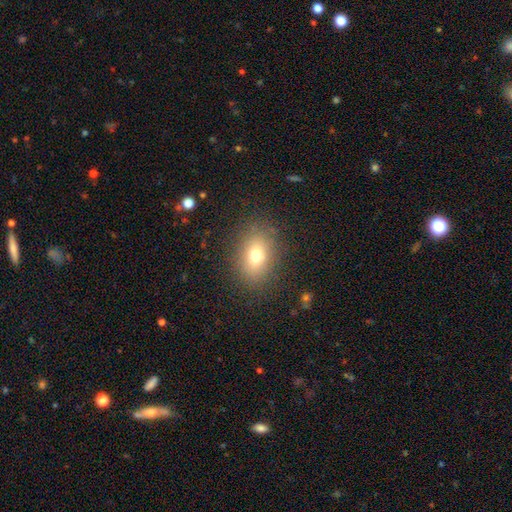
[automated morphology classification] smooth 73%, star or artifact 14%, featured or disk 14%. Down the decision tree: how rounded — in between (70%); merging — none (84%).